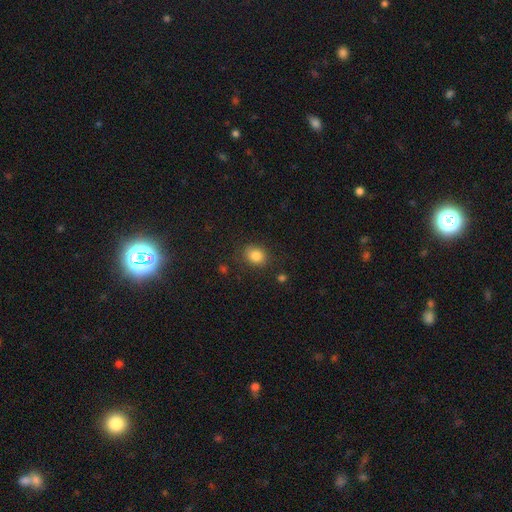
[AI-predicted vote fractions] This appears to be a smooth galaxy with no disk features (84%) that is round (58%). Merging: none (83%).